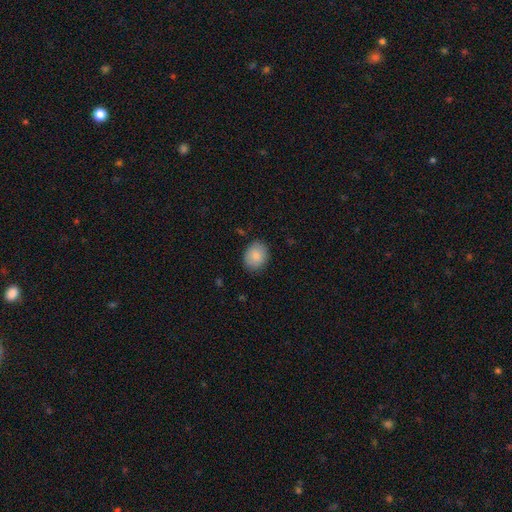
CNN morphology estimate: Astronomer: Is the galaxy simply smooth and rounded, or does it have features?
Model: smooth — 85%.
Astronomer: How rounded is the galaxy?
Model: in between — 55% (runner-up: round, 45%).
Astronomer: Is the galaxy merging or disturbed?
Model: none — 85%.